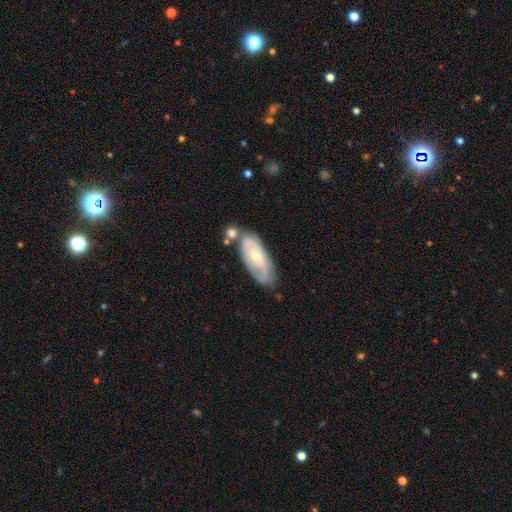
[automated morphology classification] Smooth or featured: featured or disk — 65% (smooth — 29%)
Edge-on disk: no — 88% (yes — 12%)
Bar: no — 58% (weak — 33%)
Spiral arms: yes — 76% (no — 24%)
Bulge size: moderate — 55% (small — 41%)
Merging: none — 59% (minor disturbance — 22%)